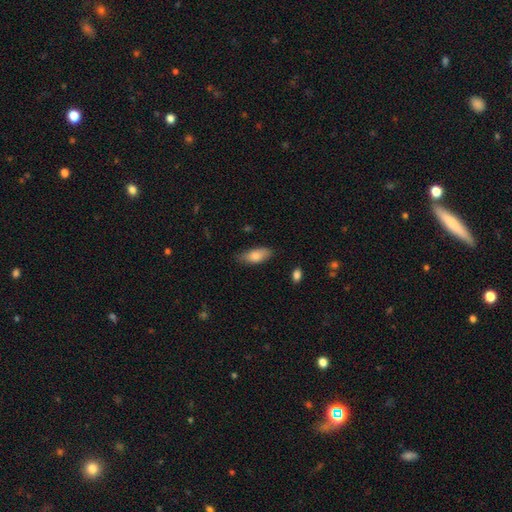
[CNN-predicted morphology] smooth_or_featured: smooth (p=0.81) [alt: featured or disk p=0.13]
how_rounded: in between (p=0.82) [alt: cigar-shaped p=0.15]
merging: none (p=0.75) [alt: minor disturbance p=0.21]